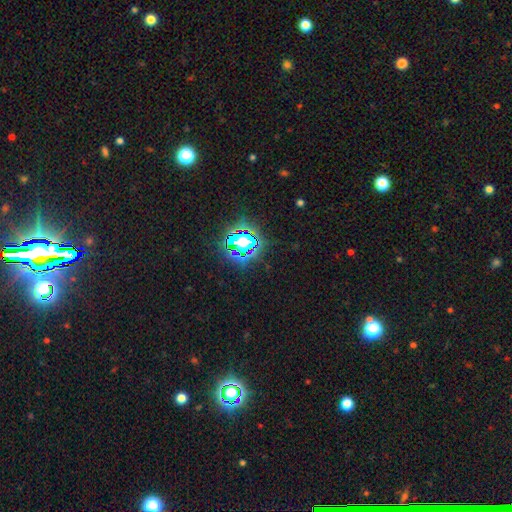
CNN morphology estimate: Overall: star or artifact (83%).